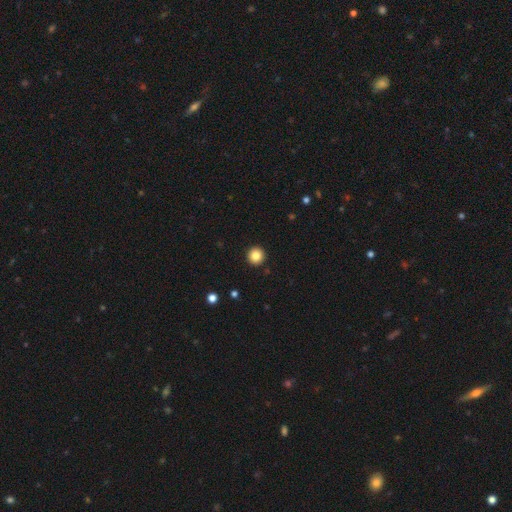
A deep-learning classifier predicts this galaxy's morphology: This is clearly a smooth galaxy (85%). How rounded: clearly round (96%). Merging: clearly none (94%).